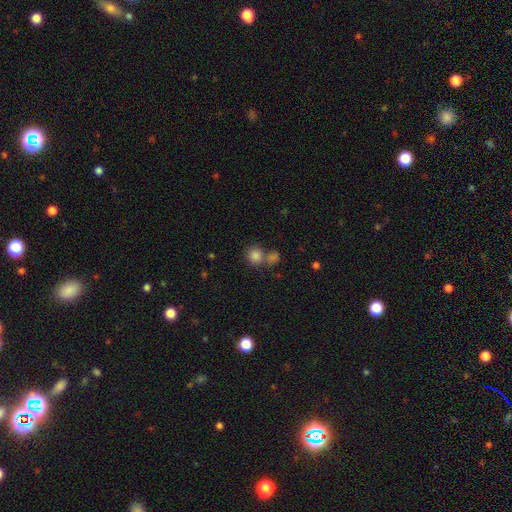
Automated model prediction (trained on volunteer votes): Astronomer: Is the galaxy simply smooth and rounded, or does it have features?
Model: smooth — 84%.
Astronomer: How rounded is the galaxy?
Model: round — 85%.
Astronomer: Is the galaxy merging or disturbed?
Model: none — 53% (runner-up: merger, 34%).